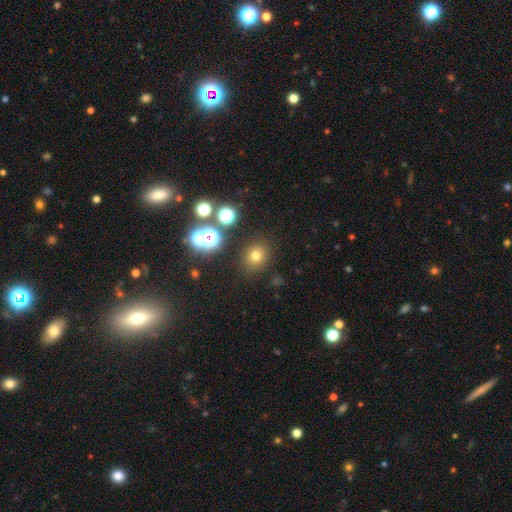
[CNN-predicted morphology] Overall: smooth (68%). How rounded: round (78%). Merging: none (86%).